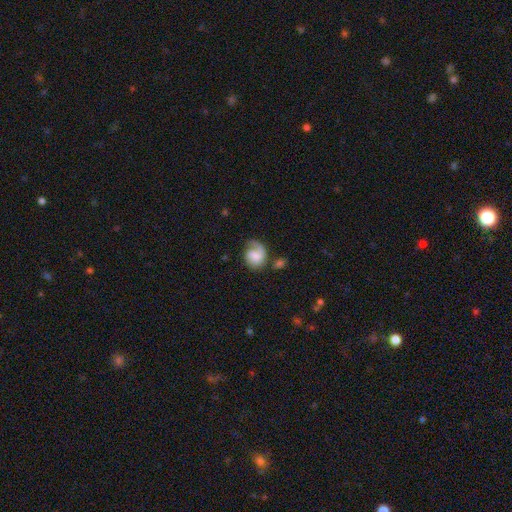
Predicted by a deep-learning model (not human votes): The model was most divided on "bulge size": small: 30%, none: 28%, moderate: 26%, large: 12%, dominant: 3%. Remaining: edge-on disk — no (97%); spiral arms — yes (88%); bar — no (59%); smooth or featured — featured or disk (55%); merging — none (44%).